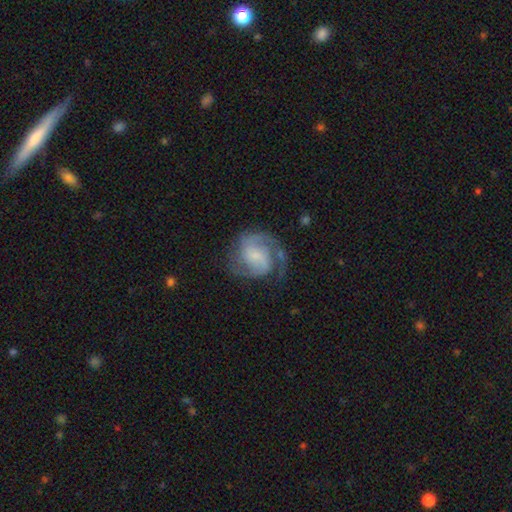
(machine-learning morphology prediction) A featured or disk galaxy (86%) with no bar (43%, tied with weak), 2 (79%) medium (52%) spiral arms (97%) and a small central bulge (49%).

Vote fractions:
- Smooth or featured? featured or disk: 86% / smooth: 9% / star or artifact: 5%
- Edge-on disk? no: 98% / yes: 2%
- Bar? no: 43% (tied) / weak: 43% (tied) / strong: 14%
- Spiral arms? yes: 97% / no: 3%
- Spiral winding? medium: 52% / tight: 34% / loose: 14%
- Spiral arm count? 2: 79% / 3: 7% / can't tell: 5% / 1: 5% / 4: 2% / more than 4: 2%
- Bulge size? small: 49% / moderate: 22% / none: 20% / large: 6% / dominant: 2%
- Merging? none: 70% / minor disturbance: 17% / major disturbance: 12% / merger: 2%